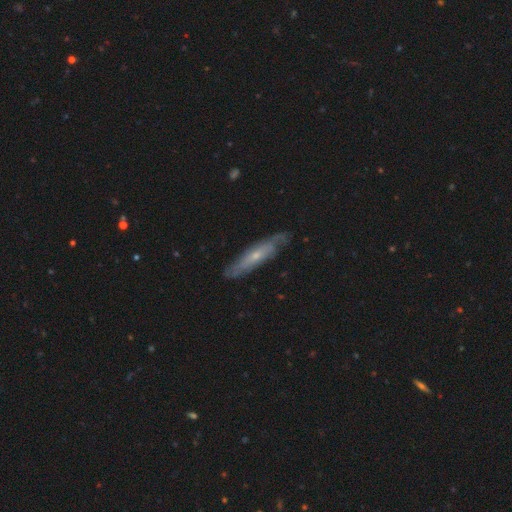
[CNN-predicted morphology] smooth-or-featured: featured or disk: 67% | smooth: 27% | star or artifact: 6%
  disk-edge-on: no: 53% | yes: 47%
  merging: none: 75% | minor disturbance: 19% | major disturbance: 5% | merger: 2%